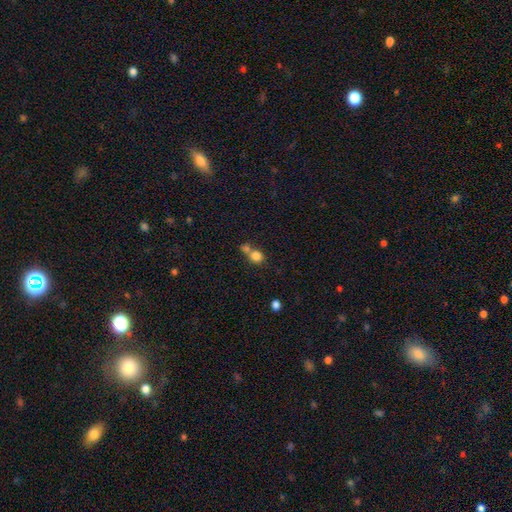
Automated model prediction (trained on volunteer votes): A smooth galaxy with no disk features (81%) that is round (77%).

Vote fractions:
- Smooth or featured? smooth: 81% / star or artifact: 11% / featured or disk: 8%
- How rounded? round: 77% / in between: 21% / cigar-shaped: 1%
- Merging? merger: 51% / none: 37% / minor disturbance: 8% / major disturbance: 4%